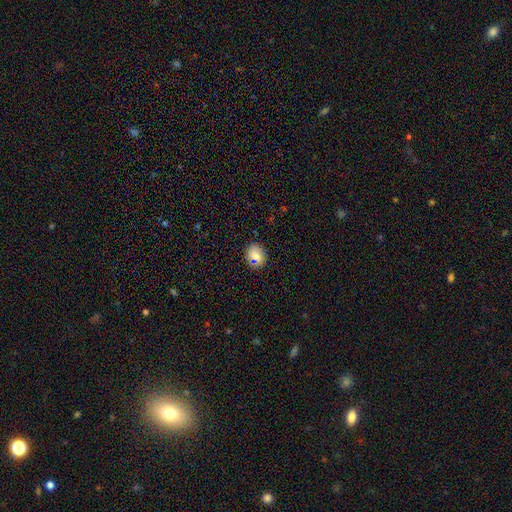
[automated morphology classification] Smooth or featured?
  - smooth: 72% *
  - star or artifact: 14%
  - featured or disk: 14%
How rounded?
  - round: 64% *
  - in between: 35%
  - cigar-shaped: 2%
Merging?
  - none: 83% *
  - minor disturbance: 9%
  - merger: 6%
  - major disturbance: 2%